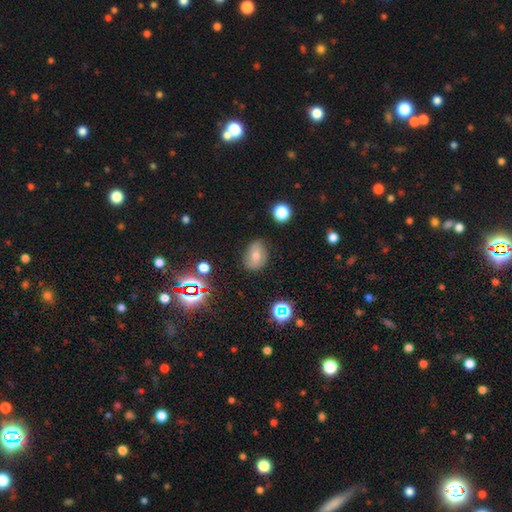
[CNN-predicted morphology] smooth-or-featured: smooth: 61% | featured or disk: 24% | star or artifact: 15%
  how-rounded: in between: 63% | round: 36% | cigar-shaped: 1%
  merging: none: 70% | minor disturbance: 22% | major disturbance: 6% | merger: 2%